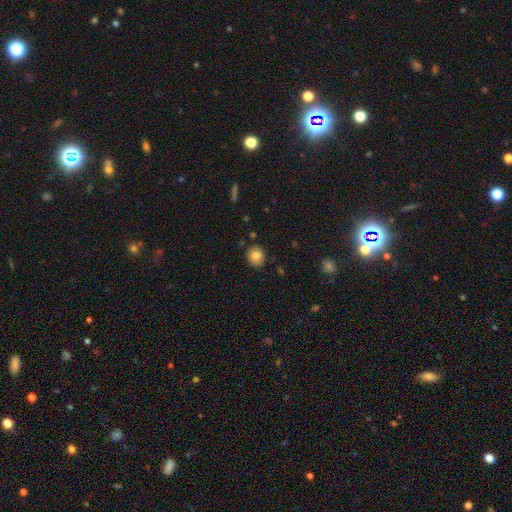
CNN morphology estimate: This is clearly a smooth galaxy (81%). How rounded: likely round (69%). Merging: clearly none (86%).